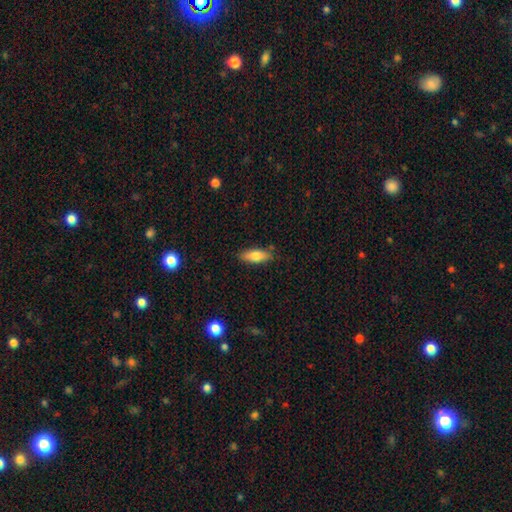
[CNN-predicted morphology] This appears to be a smooth galaxy with no disk features (75%) that is in between round and cigar-shaped (68%). Merging: none (83%).